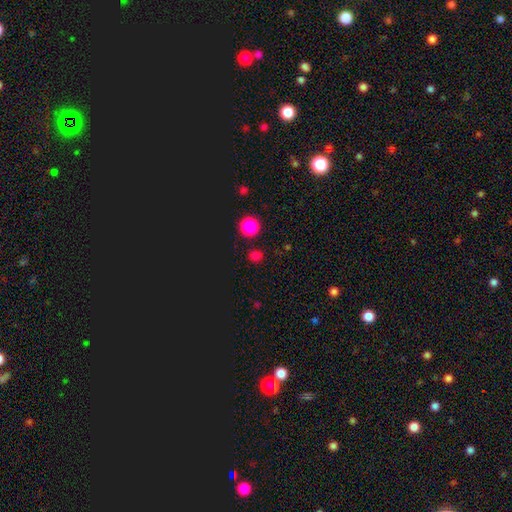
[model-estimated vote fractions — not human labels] Morphology: type=smooth (71%); roundness=round (90%); merging=none (86%).